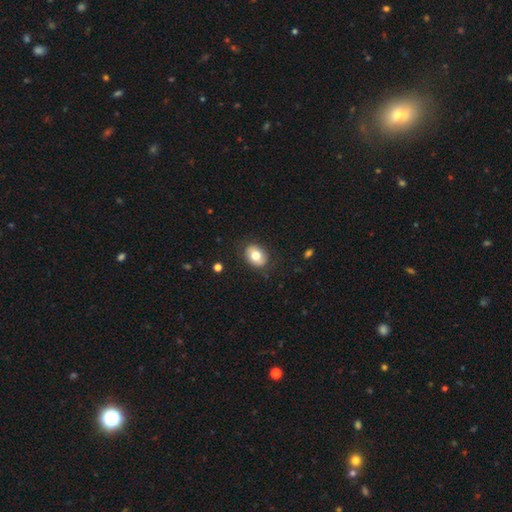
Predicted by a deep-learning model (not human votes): A smooth galaxy with no disk features (75%) that is in between round and cigar-shaped (67%).

Vote fractions:
- Smooth or featured? smooth: 75% / featured or disk: 17% / star or artifact: 8%
- How rounded? in between: 67% / round: 32% / cigar-shaped: 1%
- Merging? none: 85% / minor disturbance: 11% / major disturbance: 3% / merger: 1%